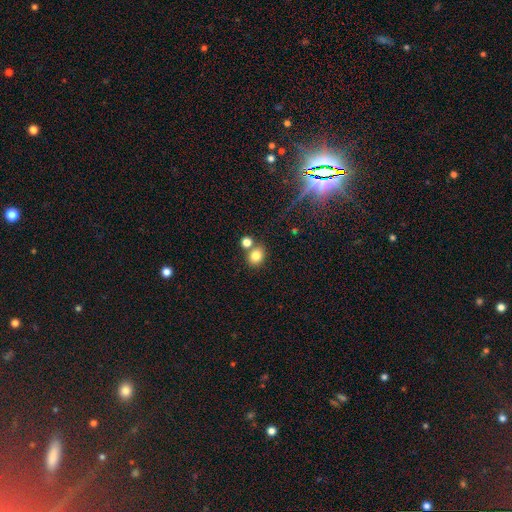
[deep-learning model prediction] A smooth galaxy with no disk features (81%) that is round (65%).

Vote fractions:
- Smooth or featured? smooth: 81% / star or artifact: 12% / featured or disk: 7%
- How rounded? round: 65% / in between: 34% / cigar-shaped: 1%
- Merging? none: 64% / merger: 24% / minor disturbance: 10% / major disturbance: 3%